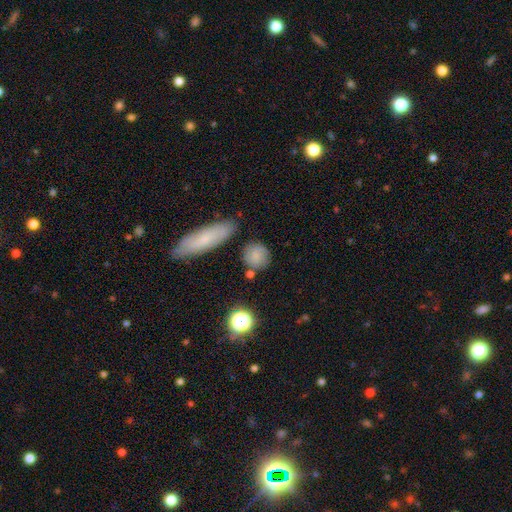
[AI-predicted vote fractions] Smooth or featured? Predicted: smooth (p=0.80). How rounded? Predicted: round (p=0.82). Merging? Predicted: none (p=0.73).